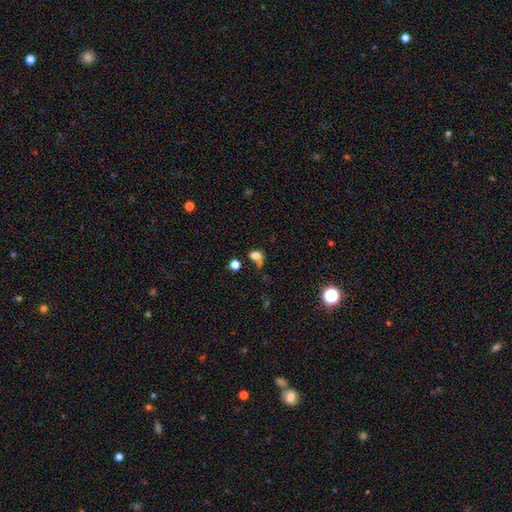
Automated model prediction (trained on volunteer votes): Smooth or featured? smooth (76%)
How rounded? in between (60%)
Merging? none (44%)